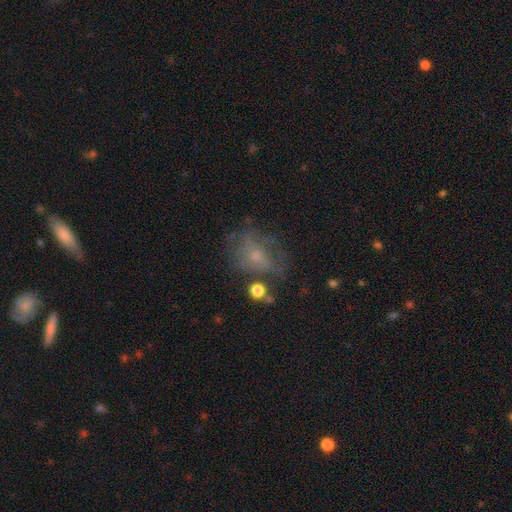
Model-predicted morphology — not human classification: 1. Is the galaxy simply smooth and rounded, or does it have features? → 44% featured or disk, 40% smooth, 16% star or artifact.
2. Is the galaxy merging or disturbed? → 50% none, 23% minor disturbance, 22% major disturbance, 5% merger.